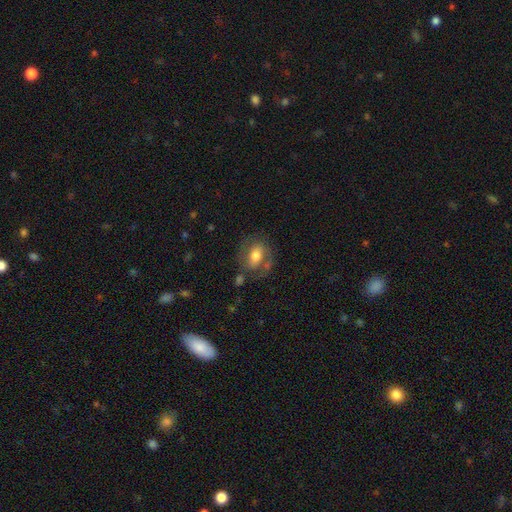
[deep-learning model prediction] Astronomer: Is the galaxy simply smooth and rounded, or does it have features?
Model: featured or disk — 48% (runner-up: smooth, 44%).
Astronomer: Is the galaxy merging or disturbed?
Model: none — 60%.